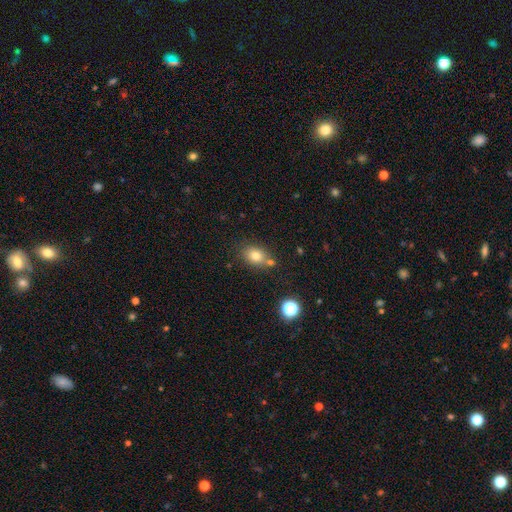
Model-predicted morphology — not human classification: Smooth or featured: smooth — 78% (star or artifact — 12%)
How rounded: in between — 67% (round — 31%)
Merging: none — 67% (merger — 16%)